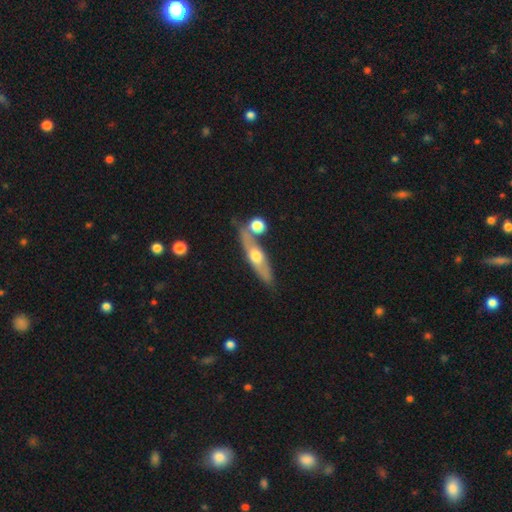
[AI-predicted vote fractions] Morphology: type=featured or disk (56%); edge-on=yes (82%); merging=none (67%).